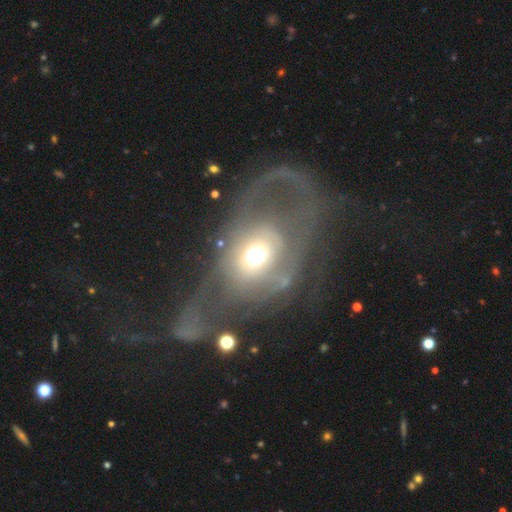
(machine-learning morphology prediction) Overall: featured or disk (47%; smooth 40%). Merging: major disturbance (47%; none 34%).